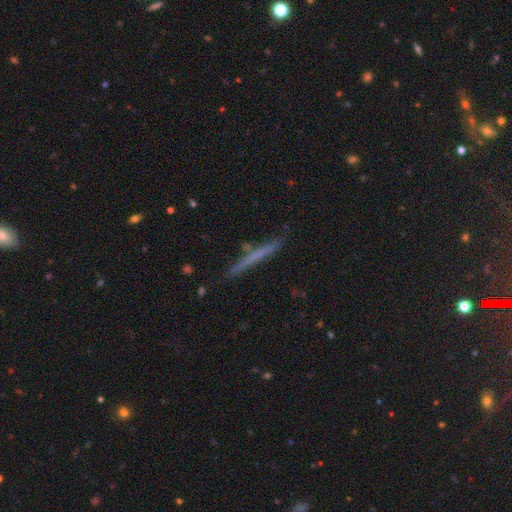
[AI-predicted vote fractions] Overall: smooth (50%; featured or disk 43%). Merging: none (86%).